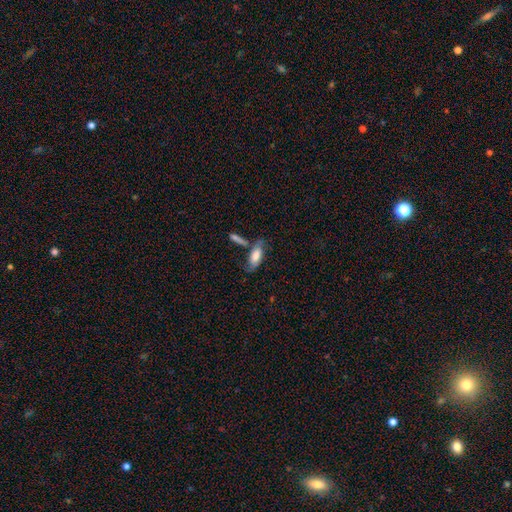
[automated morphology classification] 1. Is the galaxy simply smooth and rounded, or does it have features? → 64% smooth, 28% featured or disk, 7% star or artifact.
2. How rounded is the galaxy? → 81% in between, 17% cigar-shaped, 3% round.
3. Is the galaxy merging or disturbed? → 50% none, 21% minor disturbance, 18% merger, 11% major disturbance.